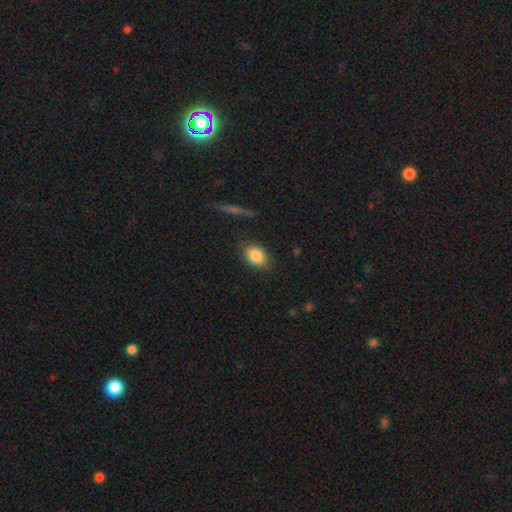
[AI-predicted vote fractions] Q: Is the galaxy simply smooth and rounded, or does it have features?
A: smooth — 86%.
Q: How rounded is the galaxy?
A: in between — 80%.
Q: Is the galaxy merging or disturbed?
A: none — 82%.